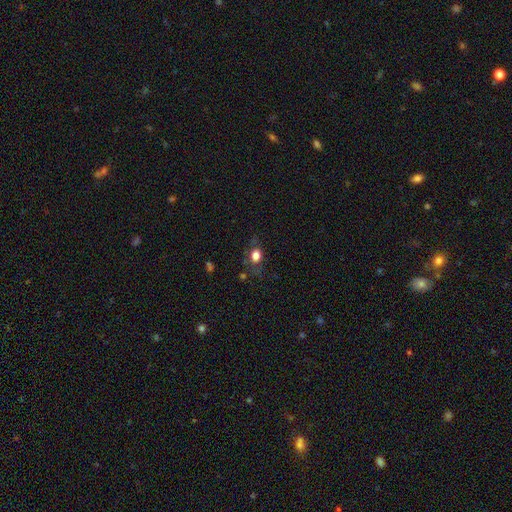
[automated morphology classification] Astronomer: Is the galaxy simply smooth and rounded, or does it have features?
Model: smooth — 73%.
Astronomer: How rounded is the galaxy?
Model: in between — 59% (runner-up: round, 38%).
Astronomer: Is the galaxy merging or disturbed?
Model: none — 67%.